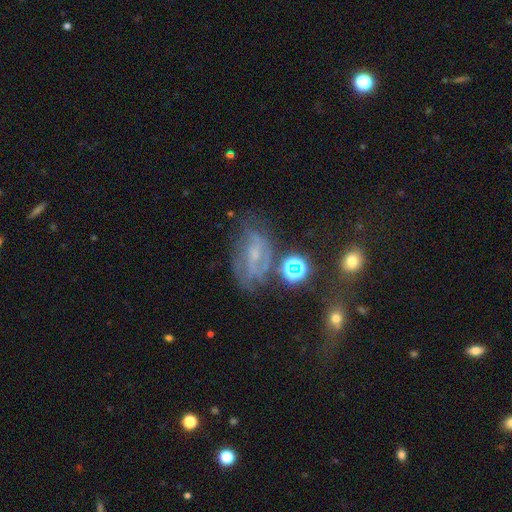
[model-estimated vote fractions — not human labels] Smooth or featured? featured or disk (67%)
Edge-on disk? no (94%)
Bar? weak (49%)
Spiral arms? yes (86%)
Spiral winding? tight (44%)
Spiral arm count? 2 (40%)
Bulge size? small (67%)
Merging? none (60%)